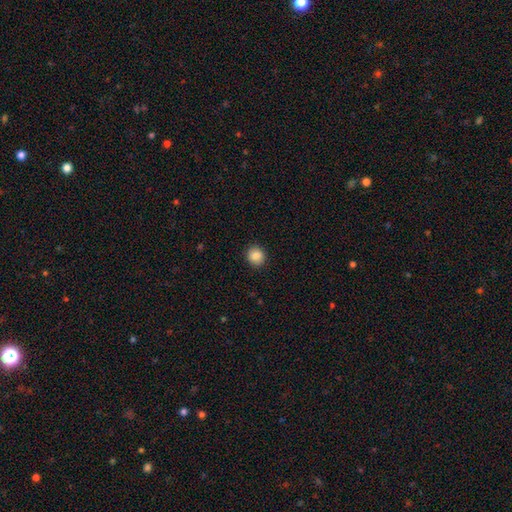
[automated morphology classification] A smooth galaxy with no disk features (86%) that is round (85%). Merging: none (91%).